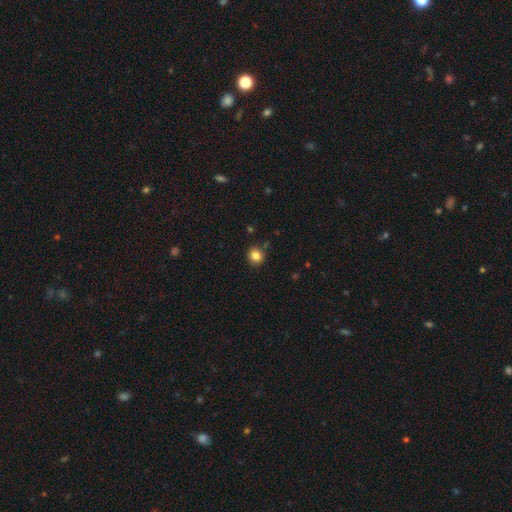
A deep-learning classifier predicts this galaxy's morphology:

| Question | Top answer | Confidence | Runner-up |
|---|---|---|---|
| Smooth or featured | smooth | 83% | star or artifact (12%) |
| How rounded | round | 85% | in between (14%) |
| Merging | none | 87% | minor disturbance (8%) |